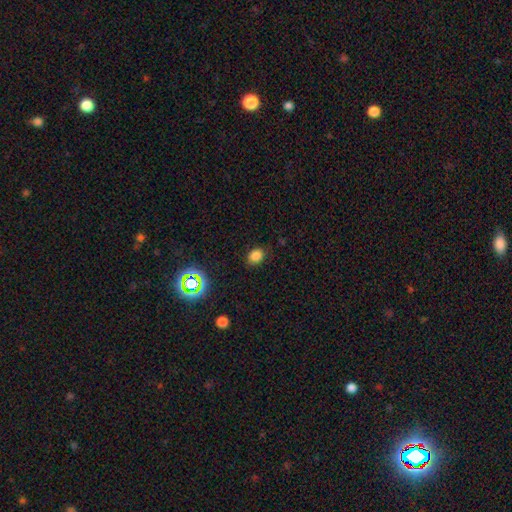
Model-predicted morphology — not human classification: A smooth galaxy with no disk features (80%) that is in between round and cigar-shaped (55%). Merging: none (84%).